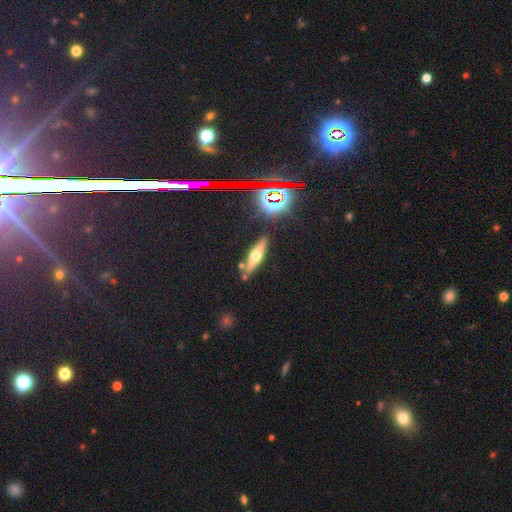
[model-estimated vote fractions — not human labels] This is possibly a featured or disk galaxy (45%). Merging: clearly none (81%).